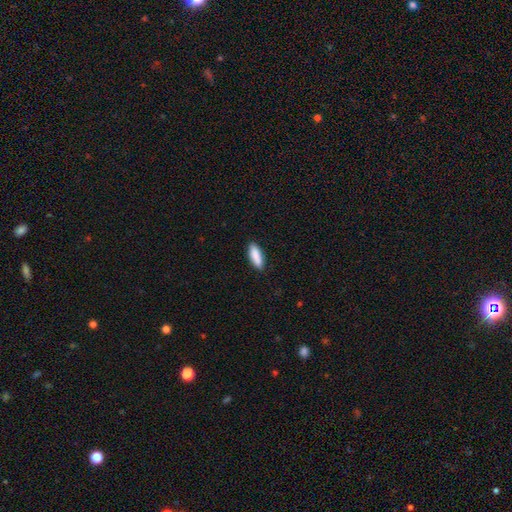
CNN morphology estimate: Smooth or featured: smooth — 89% (star or artifact — 6%)
How rounded: in between — 64% (cigar-shaped — 34%)
Merging: none — 87% (minor disturbance — 10%)